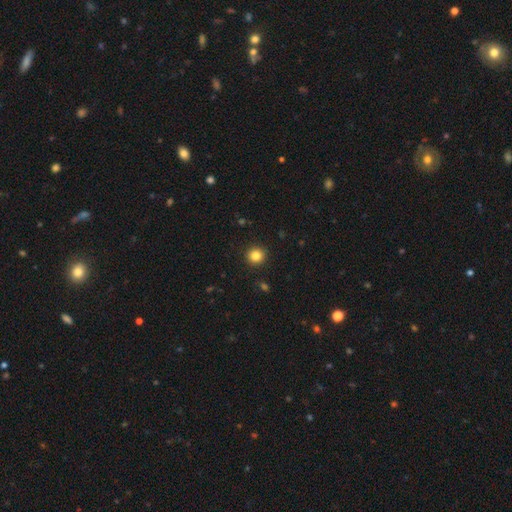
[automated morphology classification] smooth-or-featured: smooth: 84% | star or artifact: 11% | featured or disk: 5%
  how-rounded: round: 93% | in between: 6% | cigar-shaped: 1%
  merging: none: 93% | minor disturbance: 5% | major disturbance: 2% | merger: 1%